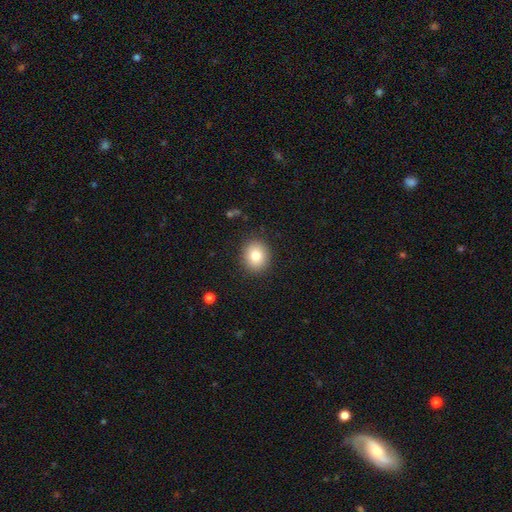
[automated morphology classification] smooth_or_featured: smooth (p=0.81) [alt: star or artifact p=0.10]
how_rounded: round (p=0.75) [alt: in between p=0.25]
merging: none (p=0.89) [alt: minor disturbance p=0.07]